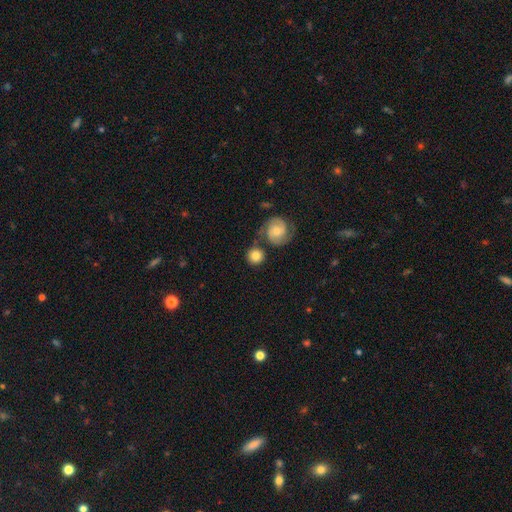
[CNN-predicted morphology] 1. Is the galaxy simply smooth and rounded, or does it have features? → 70% smooth, 23% featured or disk, 7% star or artifact.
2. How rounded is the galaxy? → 92% round, 7% in between, 1% cigar-shaped.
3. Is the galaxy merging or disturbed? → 74% none, 13% merger, 10% minor disturbance, 3% major disturbance.